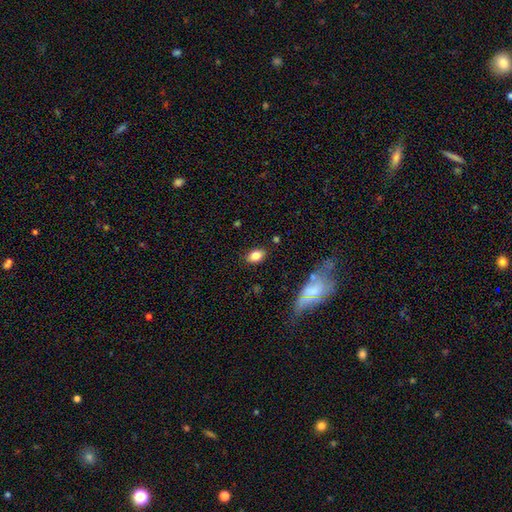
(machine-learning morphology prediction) Overall: smooth (82%). How rounded: in between (81%). Merging: none (84%).